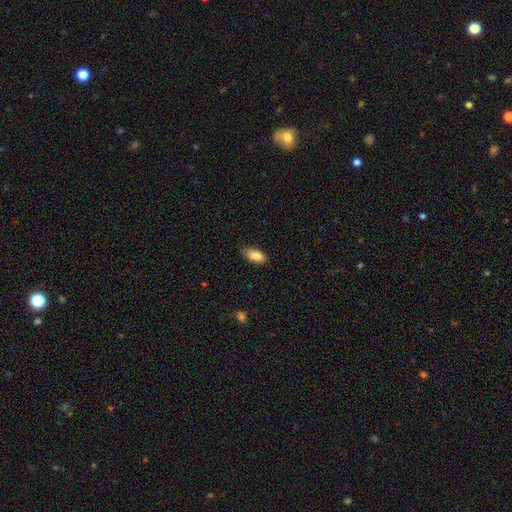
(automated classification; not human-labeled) Smooth or featured?
  - smooth: 85% *
  - featured or disk: 9%
  - star or artifact: 7%
How rounded?
  - in between: 88% *
  - cigar-shaped: 9%
  - round: 2%
Merging?
  - none: 81% *
  - minor disturbance: 15%
  - major disturbance: 3%
  - merger: 1%